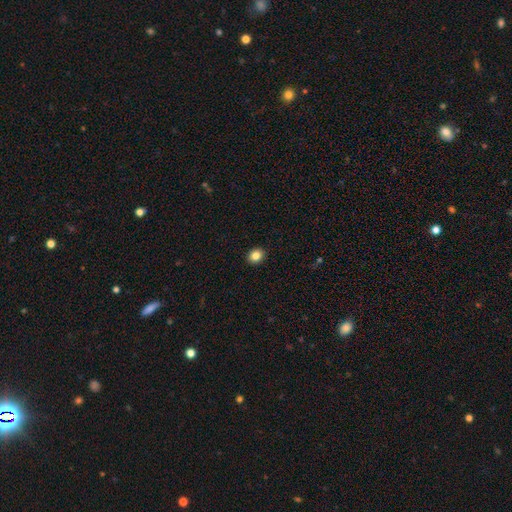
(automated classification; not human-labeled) Smooth or featured?
  - smooth: 85% *
  - star or artifact: 10%
  - featured or disk: 5%
How rounded?
  - round: 67% *
  - in between: 33%
  - cigar-shaped: 1%
Merging?
  - none: 92% *
  - minor disturbance: 5%
  - major disturbance: 1%
  - merger: 1%